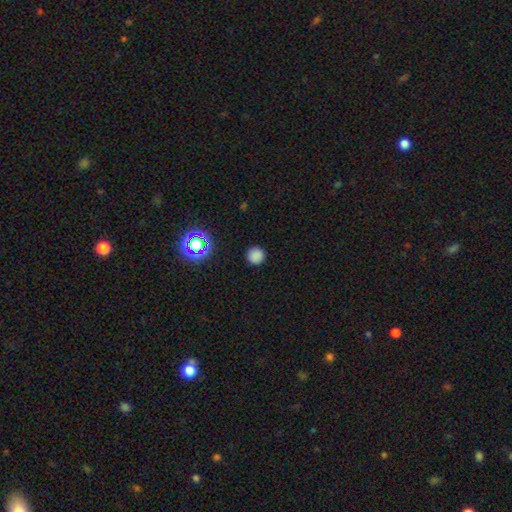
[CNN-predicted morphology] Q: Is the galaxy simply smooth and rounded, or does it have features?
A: smooth — 81%.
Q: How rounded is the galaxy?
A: round — 95%.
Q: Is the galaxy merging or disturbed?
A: none — 91%.